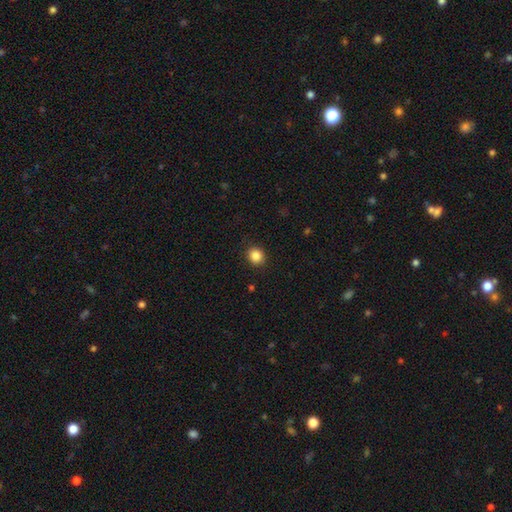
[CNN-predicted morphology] A smooth galaxy with no disk features (86%) that is round (83%). Merging: none (90%).